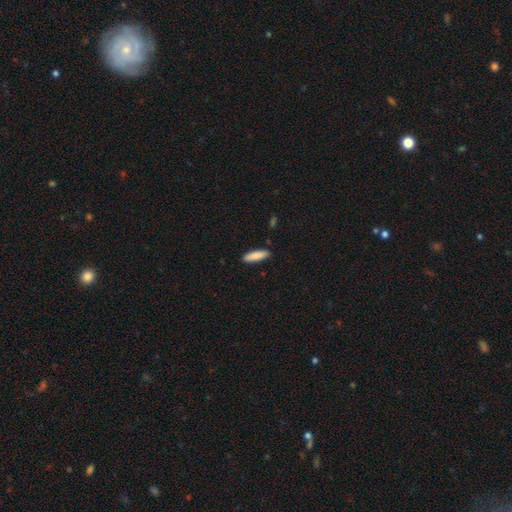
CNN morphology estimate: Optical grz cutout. It shows a smooth galaxy with no disk features (87%) that is cigar-shaped (64%). Merging: none (89%).